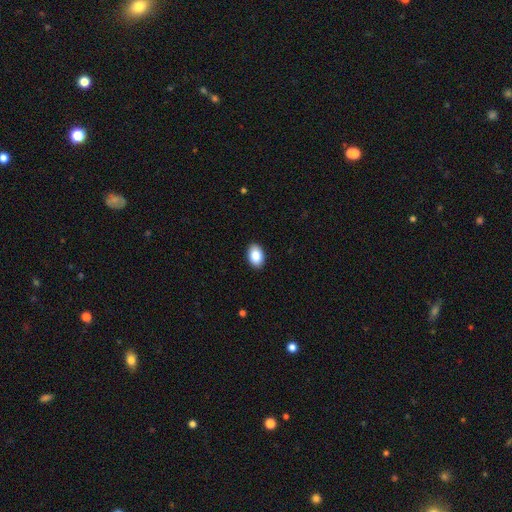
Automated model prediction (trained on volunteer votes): The model was most divided on "how rounded": in between: 88%, round: 11%, cigar-shaped: 1%. More confident: merging — none (90%); smooth or featured — smooth (88%).